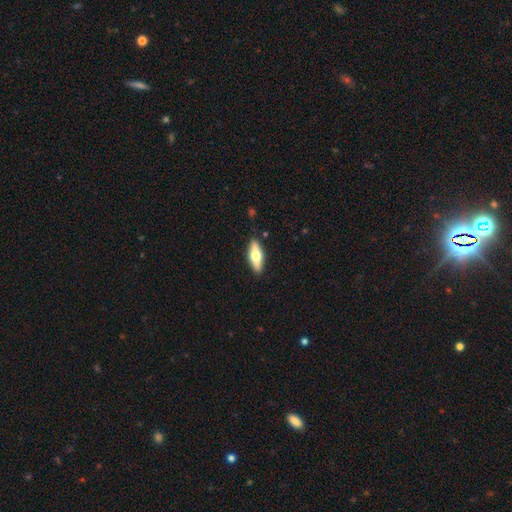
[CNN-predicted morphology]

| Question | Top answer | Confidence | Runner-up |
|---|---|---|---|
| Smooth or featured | smooth | 54% | featured or disk (41%) |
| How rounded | in between | 61% | cigar-shaped (37%) |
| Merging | none | 89% | minor disturbance (8%) |